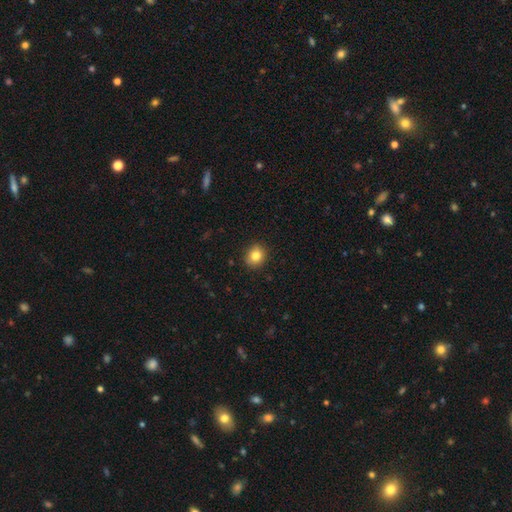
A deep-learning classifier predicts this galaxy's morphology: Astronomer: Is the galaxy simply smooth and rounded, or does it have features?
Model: smooth — 82%.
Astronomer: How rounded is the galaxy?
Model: round — 78%.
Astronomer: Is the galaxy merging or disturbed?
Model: none — 88%.